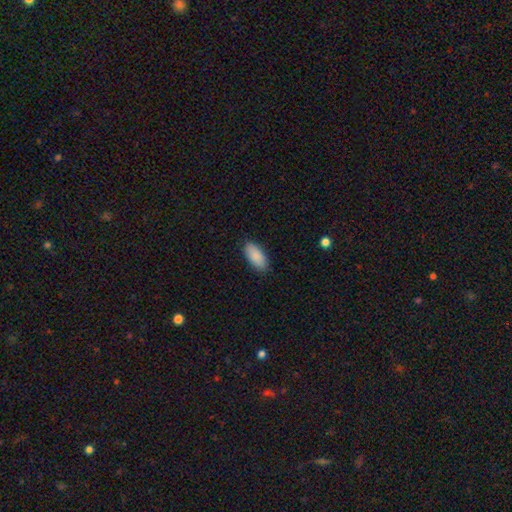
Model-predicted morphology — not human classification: A smooth galaxy with no disk features (90%) that is in between round and cigar-shaped (90%).

Vote fractions:
- Smooth or featured? smooth: 90% / star or artifact: 6% / featured or disk: 4%
- How rounded? in between: 90% / cigar-shaped: 9% / round: 2%
- Merging? none: 87% / minor disturbance: 10% / major disturbance: 2% / merger: 1%